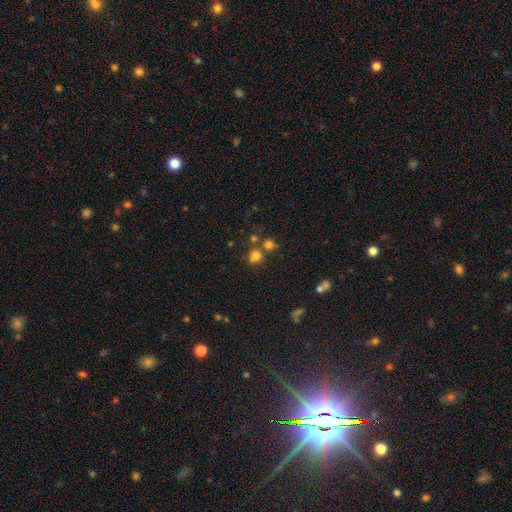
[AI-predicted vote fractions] Smooth or featured? smooth (73%)
How rounded? round (78%)
Merging? none (54%)